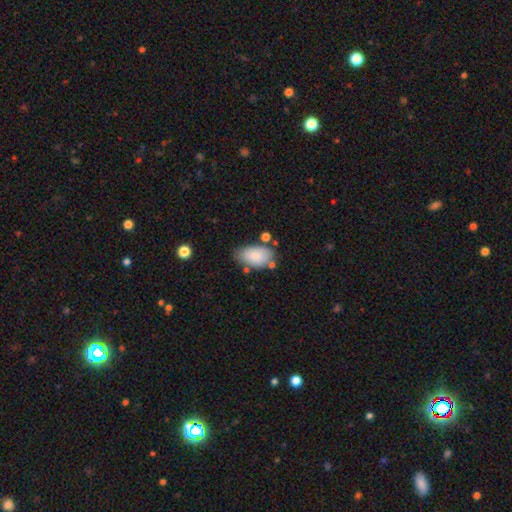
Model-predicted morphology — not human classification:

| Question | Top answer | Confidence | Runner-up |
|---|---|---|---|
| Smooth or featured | smooth | 82% | featured or disk (11%) |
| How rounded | in between | 93% | round (5%) |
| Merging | none | 65% | minor disturbance (22%) |